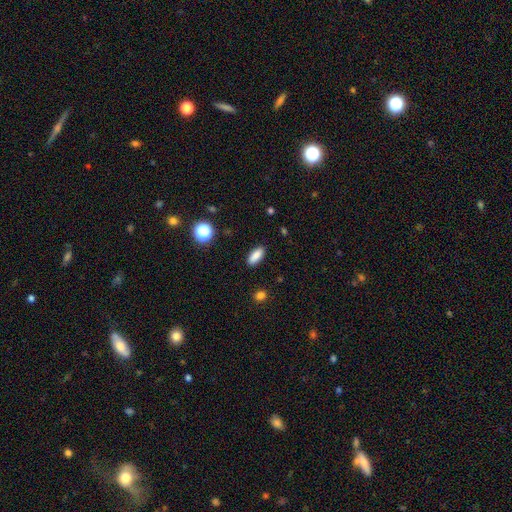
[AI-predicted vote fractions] Smooth or featured? smooth (86%)
How rounded? in between (78%)
Merging? none (89%)